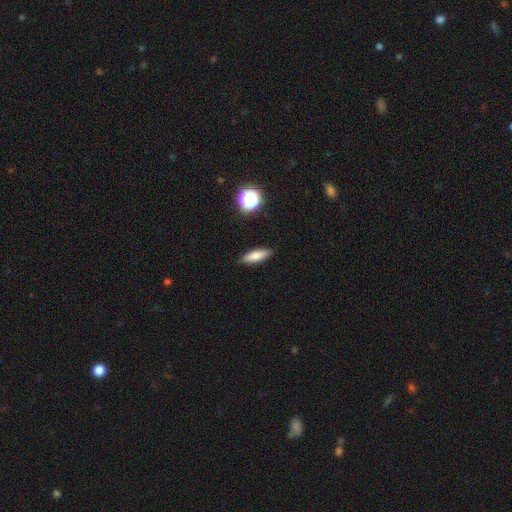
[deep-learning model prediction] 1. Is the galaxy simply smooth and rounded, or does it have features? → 77% smooth, 15% featured or disk, 9% star or artifact.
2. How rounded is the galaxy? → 49% in between, 48% cigar-shaped, 3% round.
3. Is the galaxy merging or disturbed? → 88% none, 8% minor disturbance, 2% major disturbance, 1% merger.